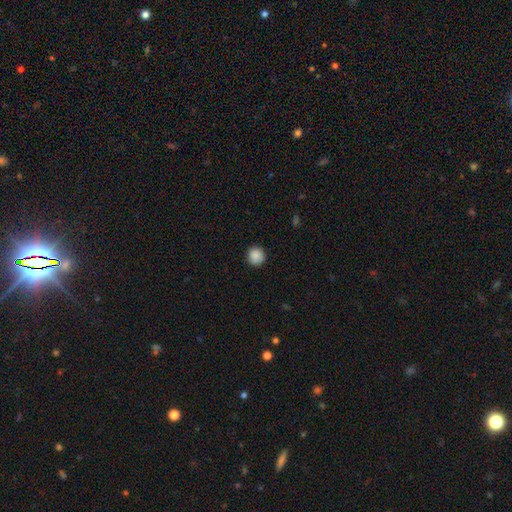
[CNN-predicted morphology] This appears to be a smooth galaxy with no disk features (88%) that is round (93%). Merging: none (90%).